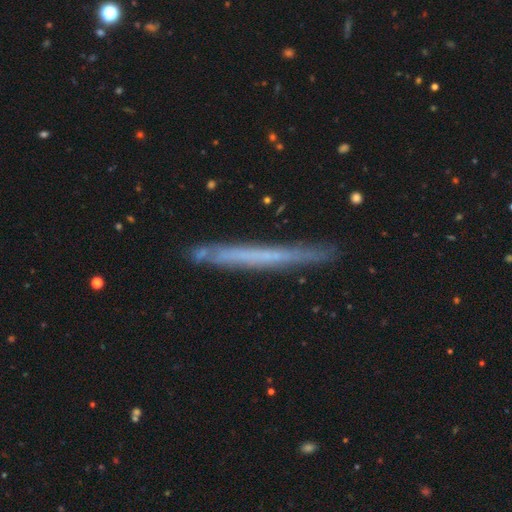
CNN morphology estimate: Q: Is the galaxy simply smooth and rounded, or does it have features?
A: featured or disk — 50%.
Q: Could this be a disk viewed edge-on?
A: yes — 94%.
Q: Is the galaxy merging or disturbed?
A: none — 85%.